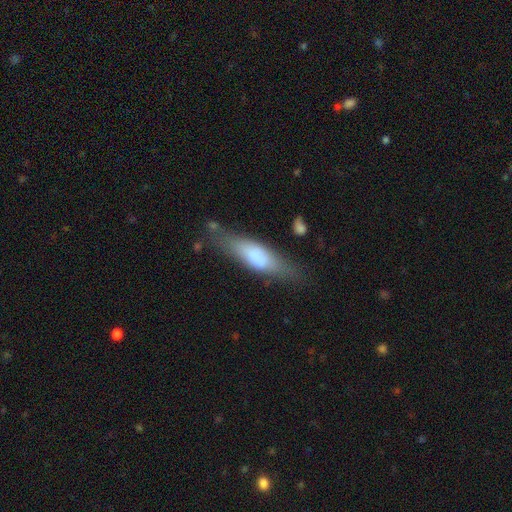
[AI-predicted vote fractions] Smooth or featured? smooth (63%)
How rounded? cigar-shaped (59%)
Merging? none (72%)